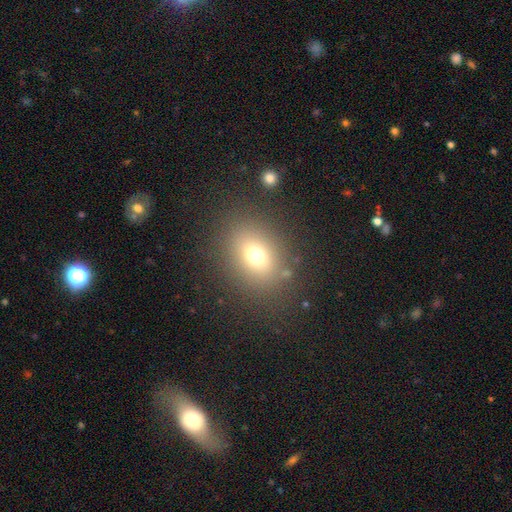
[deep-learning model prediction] Smooth or featured?
  - smooth: 70% *
  - star or artifact: 18%
  - featured or disk: 12%
How rounded?
  - round: 50% *
  - in between: 49%
  - cigar-shaped: 1%
Merging?
  - none: 81% *
  - minor disturbance: 9%
  - major disturbance: 6%
  - merger: 3%